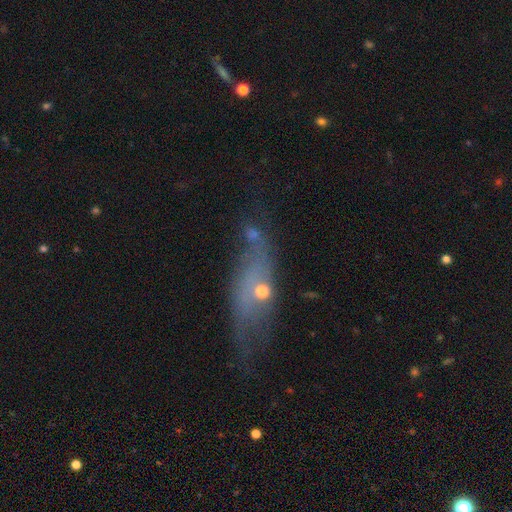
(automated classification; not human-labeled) The model was most divided on "smooth or featured": featured or disk: 50%, smooth: 30%, star or artifact: 20%. More confident: edge-on disk — no (66%); merging — none (59%).